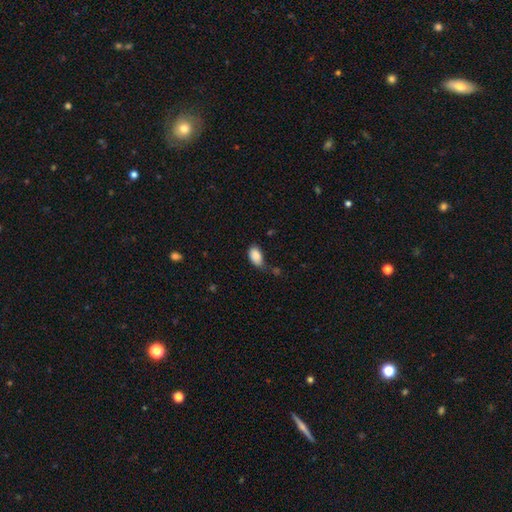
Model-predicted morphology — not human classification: This is clearly a smooth galaxy (88%). How rounded: clearly in between (93%). Merging: possibly none (50%).